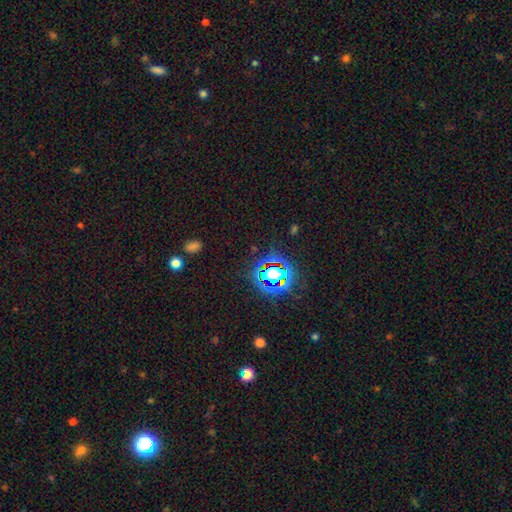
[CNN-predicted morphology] Overall: star or artifact (78%).